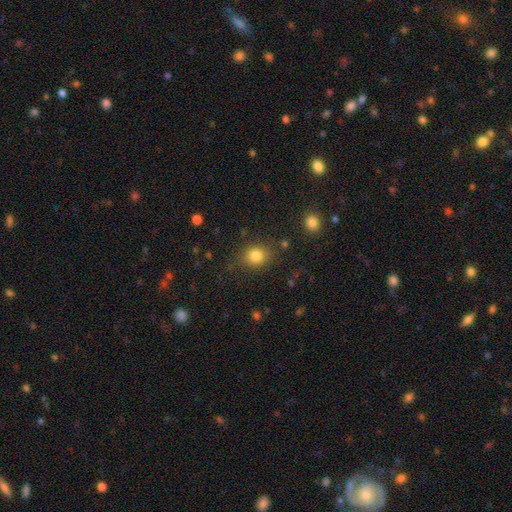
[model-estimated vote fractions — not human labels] A smooth galaxy with no disk features (83%) that is round (68%). Merging: none (82%).